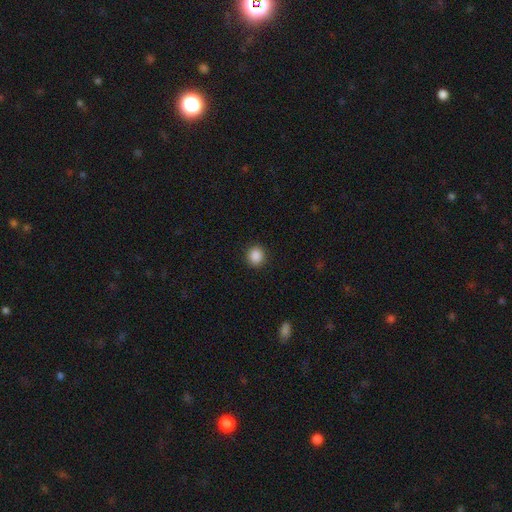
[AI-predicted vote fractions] smooth 88%, star or artifact 9%, featured or disk 3%. Down the decision tree: how rounded — round (88%); merging — none (91%).